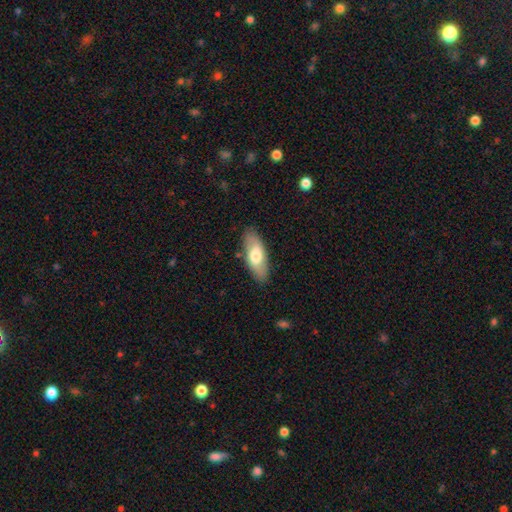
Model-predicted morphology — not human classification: smooth-or-featured: smooth: 67% | featured or disk: 28% | star or artifact: 6%
  how-rounded: in between: 80% | cigar-shaped: 17% | round: 2%
  merging: none: 84% | minor disturbance: 12% | major disturbance: 3% | merger: 1%